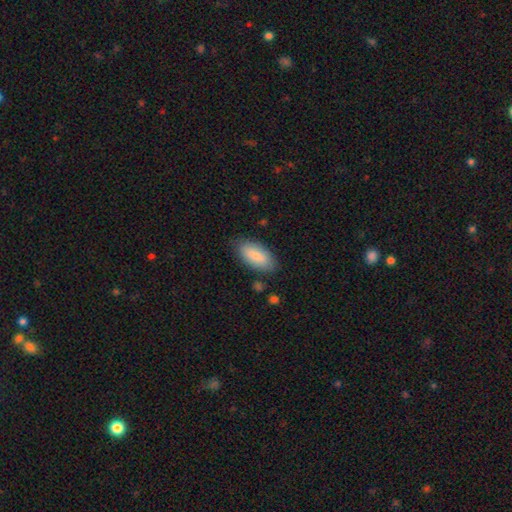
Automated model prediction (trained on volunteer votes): This is clearly a smooth galaxy (86%). How rounded: clearly in between (90%). Merging: clearly none (82%).